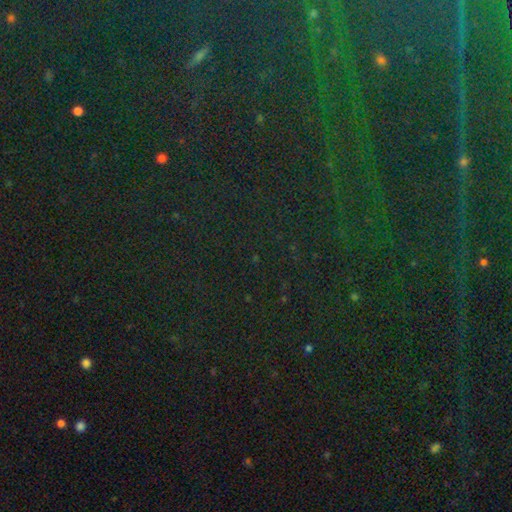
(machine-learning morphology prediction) The model was most divided on "smooth or featured": star or artifact: 84%, smooth: 9%, featured or disk: 7%.